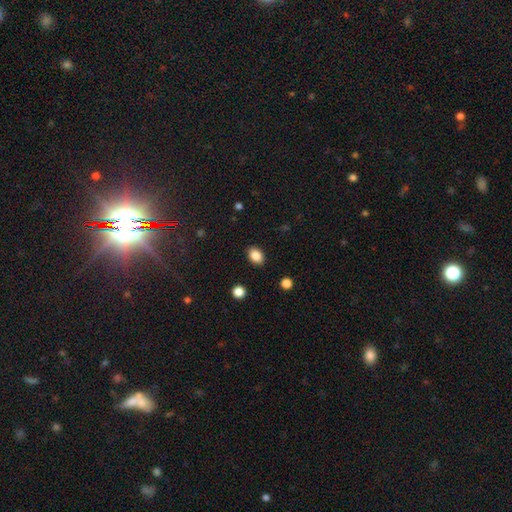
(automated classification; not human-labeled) A smooth galaxy with no disk features (87%) that is in between round and cigar-shaped (80%).

Vote fractions:
- Smooth or featured? smooth: 87% / star or artifact: 9% / featured or disk: 5%
- How rounded? in between: 80% / round: 19% / cigar-shaped: 1%
- Merging? none: 89% / minor disturbance: 8% / major disturbance: 2% / merger: 1%